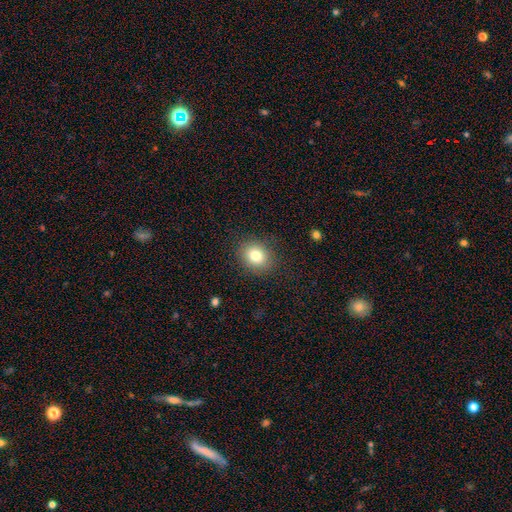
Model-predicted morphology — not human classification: Overall: smooth (80%). How rounded: round (69%; in between 30%). Merging: none (87%).